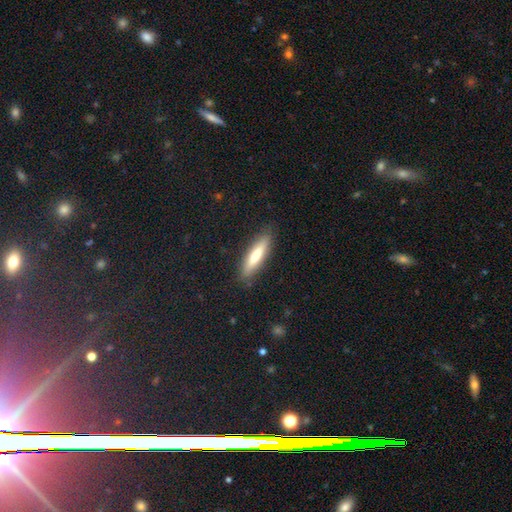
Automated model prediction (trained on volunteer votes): smooth-or-featured: smooth: 70% | featured or disk: 24% | star or artifact: 6%
  how-rounded: cigar-shaped: 77% | in between: 21% | round: 1%
  merging: none: 86% | minor disturbance: 10% | major disturbance: 2% | merger: 1%